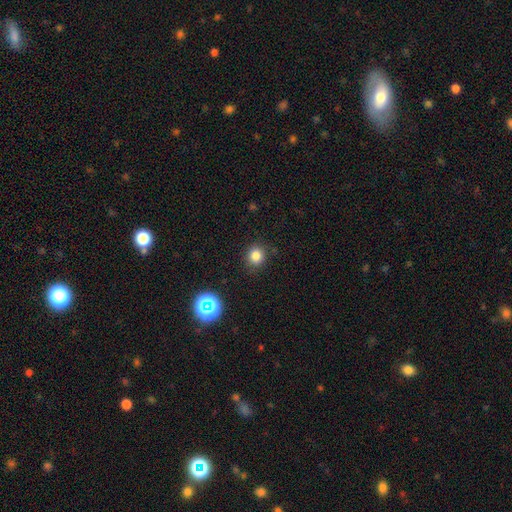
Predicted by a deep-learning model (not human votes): smooth-or-featured: smooth: 81% | star or artifact: 14% | featured or disk: 5%
  how-rounded: round: 84% | in between: 16% | cigar-shaped: 1%
  merging: none: 88% | minor disturbance: 8% | major disturbance: 3% | merger: 1%